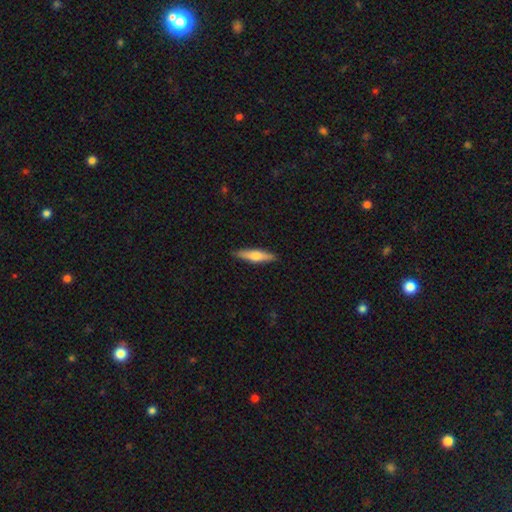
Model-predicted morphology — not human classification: A smooth galaxy with no disk features (58%) that is cigar-shaped (76%).

Vote fractions:
- Smooth or featured? smooth: 58% / featured or disk: 37% / star or artifact: 5%
- How rounded? cigar-shaped: 76% / in between: 22% / round: 2%
- Merging? none: 89% / minor disturbance: 8% / major disturbance: 2% / merger: 1%